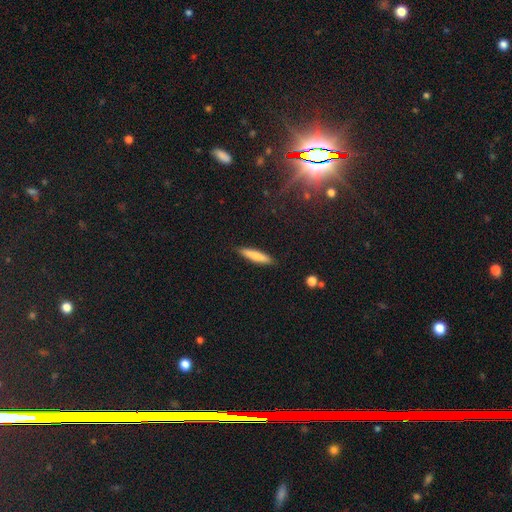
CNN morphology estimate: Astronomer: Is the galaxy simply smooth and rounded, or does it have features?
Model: smooth — 73%.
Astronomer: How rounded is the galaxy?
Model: cigar-shaped — 84%.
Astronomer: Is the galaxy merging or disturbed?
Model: none — 89%.